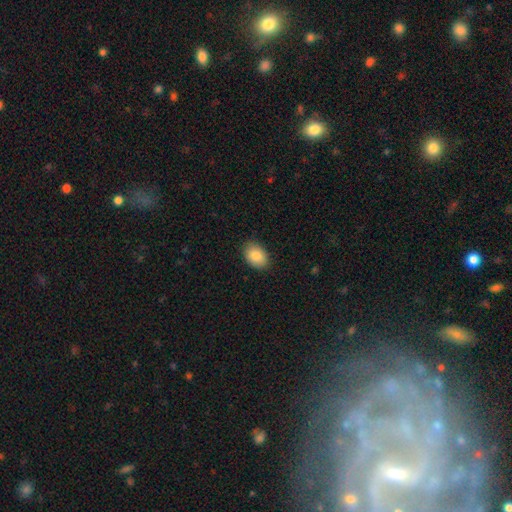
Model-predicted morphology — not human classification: A smooth galaxy with no disk features (87%) that is in between round and cigar-shaped (80%). Merging: none (87%).